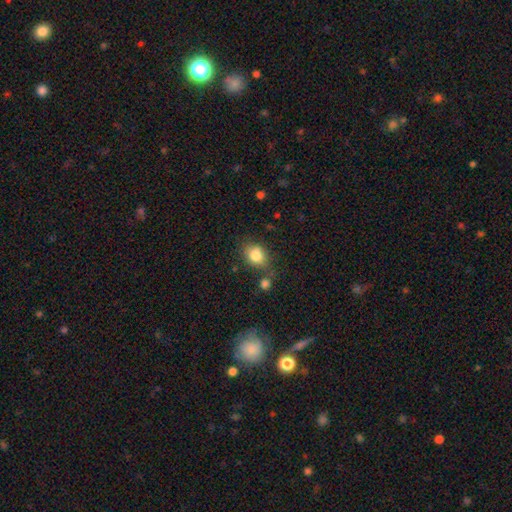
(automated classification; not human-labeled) The model was most divided on "how rounded": in between: 58%, round: 41%, cigar-shaped: 1%. More confident: smooth or featured — smooth (82%); merging — none (67%).